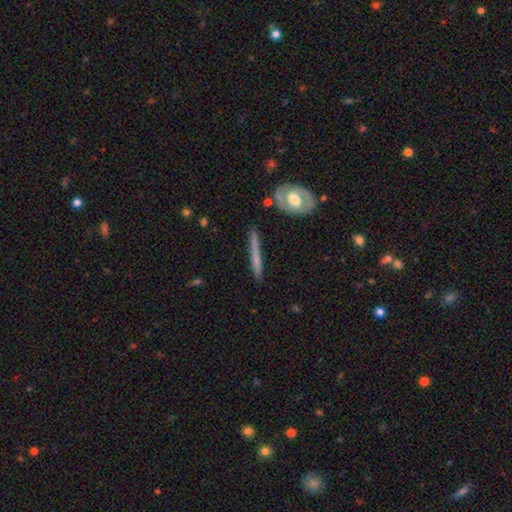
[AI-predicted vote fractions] featured or disk 50%, smooth 44%, star or artifact 6%. Down the decision tree: edge-on disk — yes (88%); merging — none (87%).